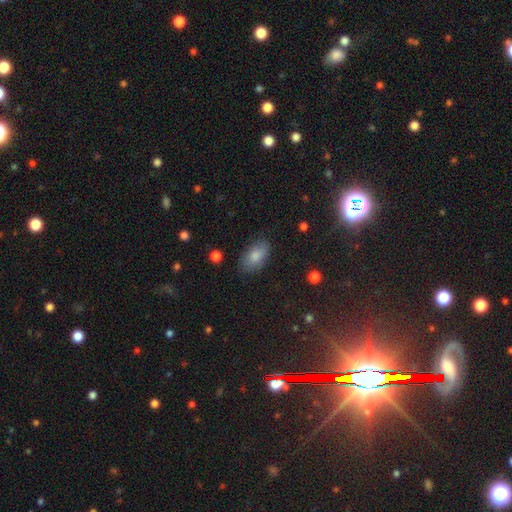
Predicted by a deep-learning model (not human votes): smooth_or_featured: smooth (p=0.83) [alt: featured or disk p=0.10]
how_rounded: in between (p=0.92) [alt: round p=0.05]
merging: none (p=0.82) [alt: minor disturbance p=0.13]